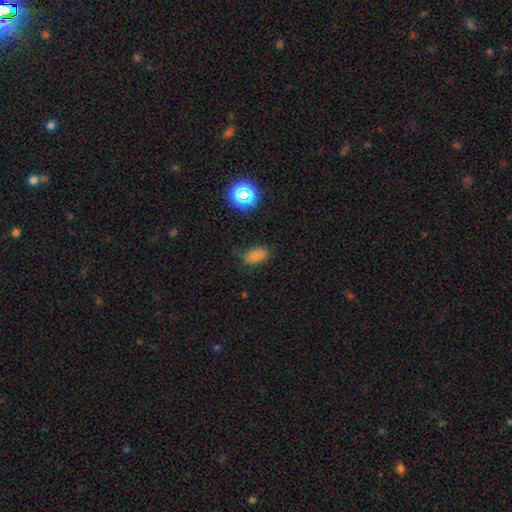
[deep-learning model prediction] smooth 74%, star or artifact 16%, featured or disk 10%. Down the decision tree: how rounded — in between (89%); merging — none (69%).